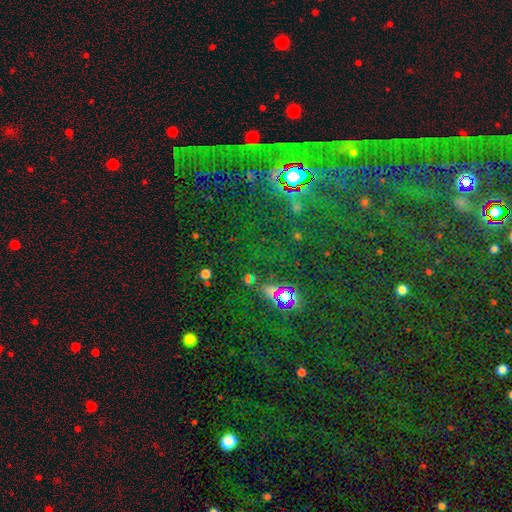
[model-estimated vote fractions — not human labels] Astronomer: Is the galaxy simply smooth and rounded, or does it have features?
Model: star or artifact — 74%.